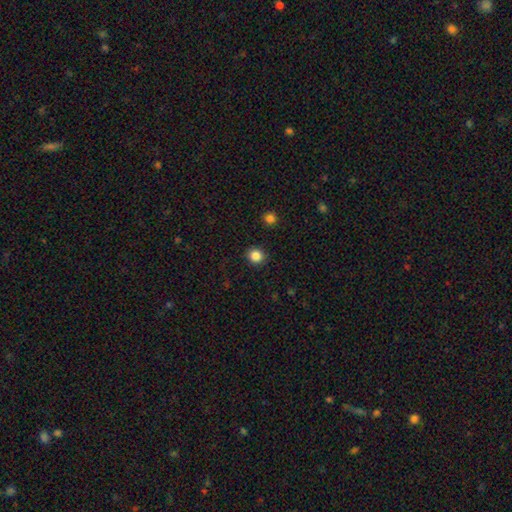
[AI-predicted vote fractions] A smooth galaxy with no disk features (86%) that is round (88%). Merging: none (91%).